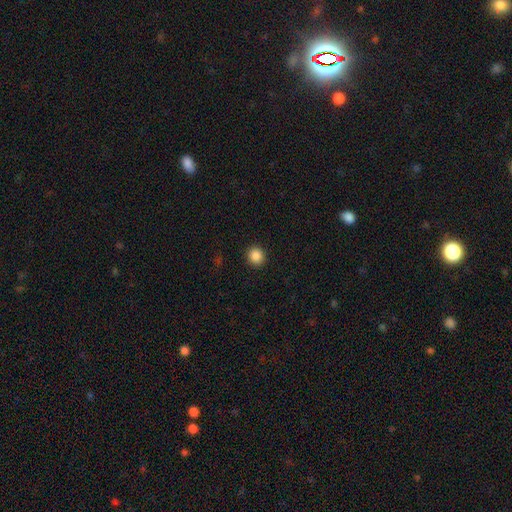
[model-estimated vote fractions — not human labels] Overall: smooth (88%). How rounded: round (89%). Merging: none (92%).